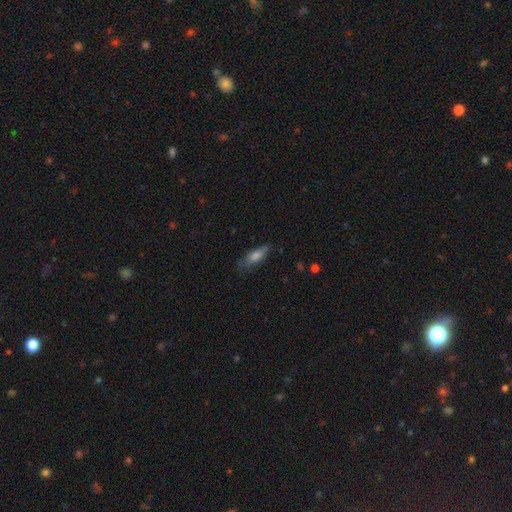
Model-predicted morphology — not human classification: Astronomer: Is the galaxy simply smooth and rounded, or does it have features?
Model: smooth — 66%.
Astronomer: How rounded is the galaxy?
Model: in between — 51% (runner-up: cigar-shaped, 46%).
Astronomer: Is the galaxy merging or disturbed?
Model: none — 67%.